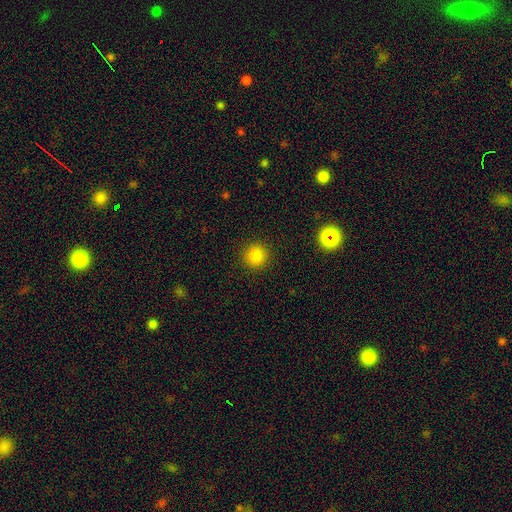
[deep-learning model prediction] smooth 84%, star or artifact 12%, featured or disk 4%. Down the decision tree: how rounded — round (94%); merging — none (91%).